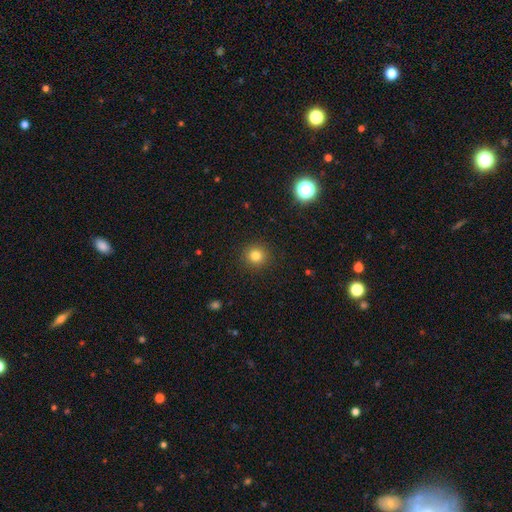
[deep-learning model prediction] The model was most divided on "smooth or featured": smooth: 81%, star or artifact: 13%, featured or disk: 6%. More confident: how rounded — round (93%); merging — none (92%).